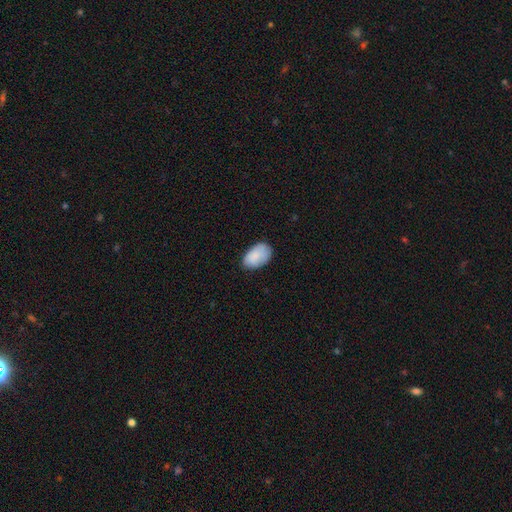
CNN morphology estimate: Smooth or featured? smooth (86%)
How rounded? in between (92%)
Merging? none (73%)